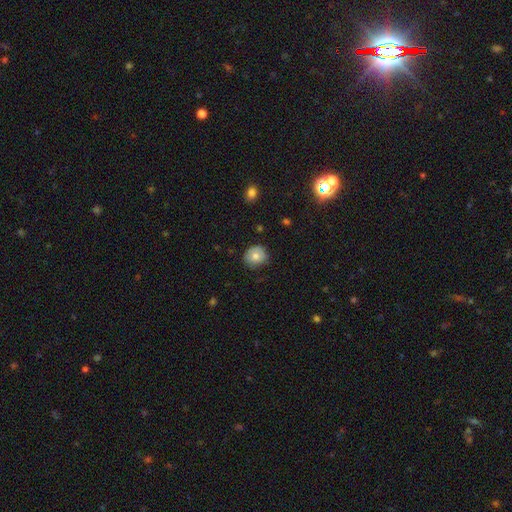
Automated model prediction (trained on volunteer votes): Smooth or featured?
  - smooth: 72% *
  - featured or disk: 18%
  - star or artifact: 9%
How rounded?
  - round: 77% *
  - in between: 22%
  - cigar-shaped: 1%
Merging?
  - none: 74% *
  - minor disturbance: 21%
  - major disturbance: 4%
  - merger: 1%